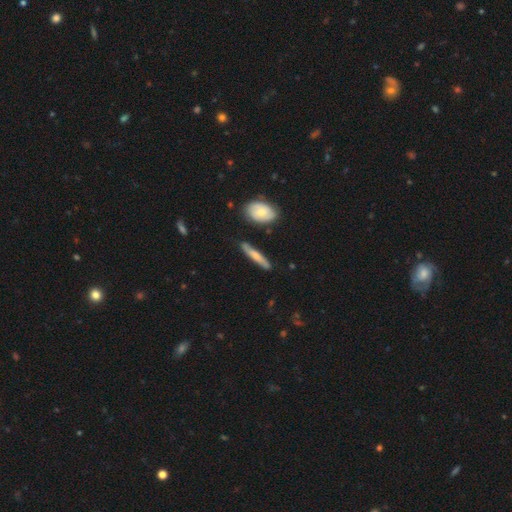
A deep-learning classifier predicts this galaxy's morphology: Q: Smooth or featured?
A: smooth (57%); runner-up: featured or disk (37%)
Q: How rounded?
A: cigar-shaped (87%); runner-up: in between (11%)
Q: Merging?
A: none (83%); runner-up: minor disturbance (11%)